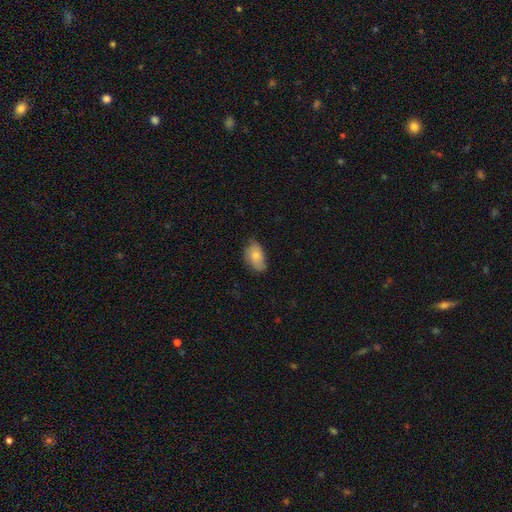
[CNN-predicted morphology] Smooth or featured? Predicted: smooth (p=0.76). How rounded? Predicted: in between (p=0.91). Merging? Predicted: none (p=0.65).